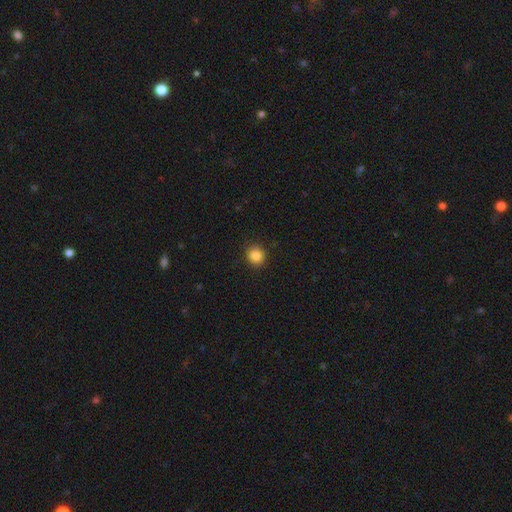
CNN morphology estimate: Smooth or featured? smooth (86%)
How rounded? round (89%)
Merging? none (90%)